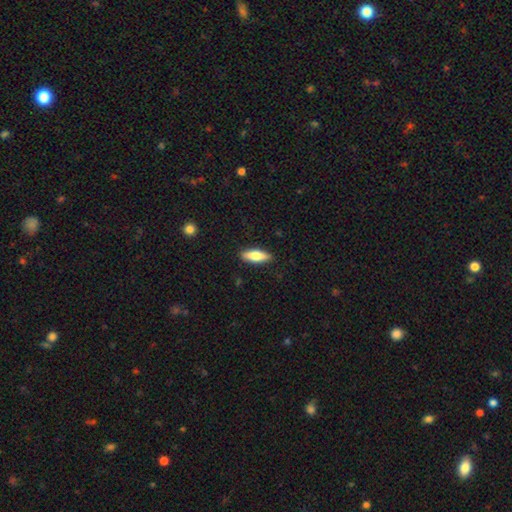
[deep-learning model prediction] Smooth or featured? Predicted: smooth (p=0.77). How rounded? Predicted: in between (p=0.60). Merging? Predicted: none (p=0.89).